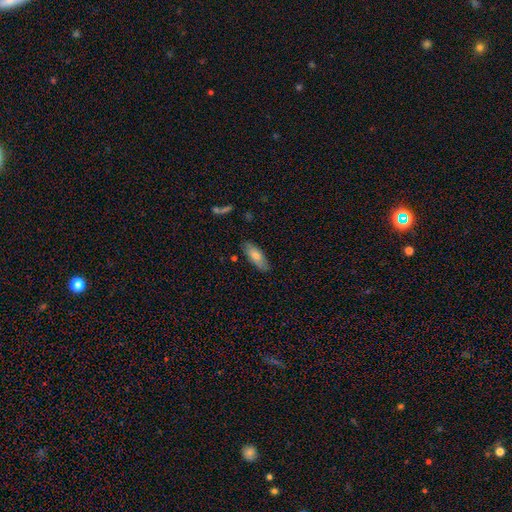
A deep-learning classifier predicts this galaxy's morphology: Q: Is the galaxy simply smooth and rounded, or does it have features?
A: smooth — 74%.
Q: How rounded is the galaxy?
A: in between — 66%.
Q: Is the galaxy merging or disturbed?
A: none — 83%.